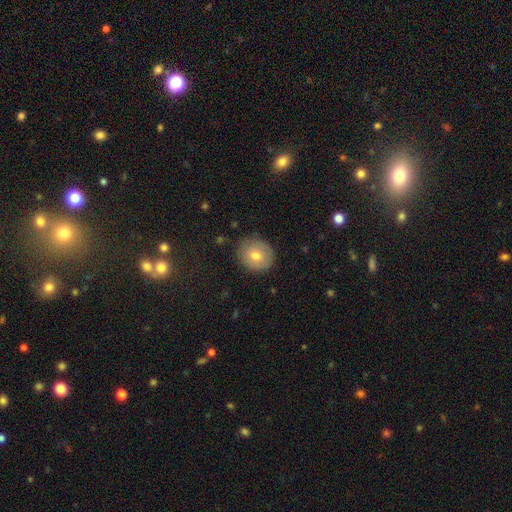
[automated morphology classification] smooth-or-featured: smooth: 70% | featured or disk: 21% | star or artifact: 9%
  how-rounded: round: 80% | in between: 19% | cigar-shaped: 1%
  merging: none: 85% | minor disturbance: 12% | major disturbance: 3% | merger: 1%